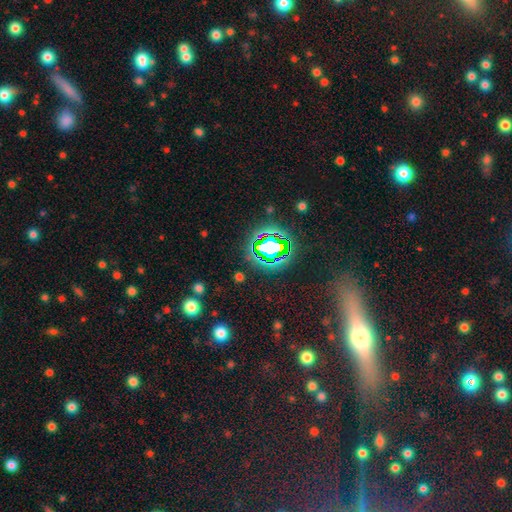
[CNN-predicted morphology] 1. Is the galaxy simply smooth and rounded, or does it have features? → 62% star or artifact, 20% featured or disk, 18% smooth.